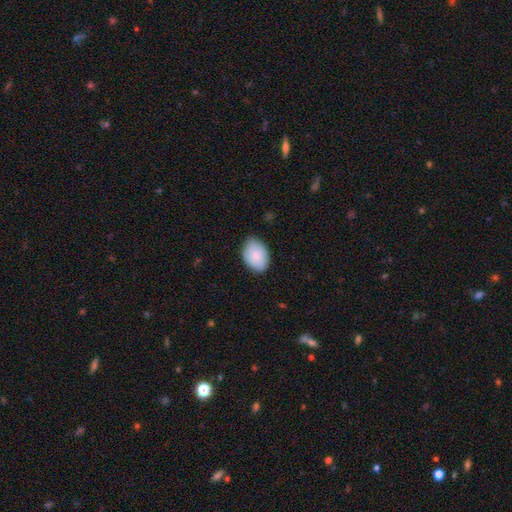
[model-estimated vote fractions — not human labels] This appears to be a smooth galaxy with no disk features (83%) that is in between round and cigar-shaped (83%). Merging: none (78%).